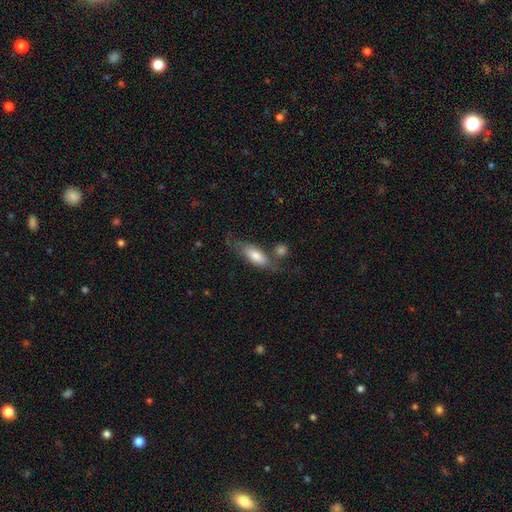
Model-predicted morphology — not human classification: smooth-or-featured: smooth: 70% | featured or disk: 24% | star or artifact: 6%
  how-rounded: in between: 72% | cigar-shaped: 25% | round: 3%
  merging: none: 50% | minor disturbance: 23% | merger: 15% | major disturbance: 12%